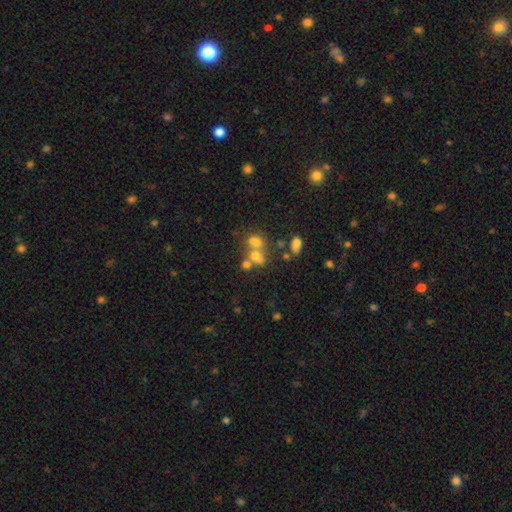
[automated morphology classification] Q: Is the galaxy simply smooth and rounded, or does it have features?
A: smooth — 56%.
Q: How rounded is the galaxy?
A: round — 51%.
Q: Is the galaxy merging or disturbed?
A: merger — 54%.